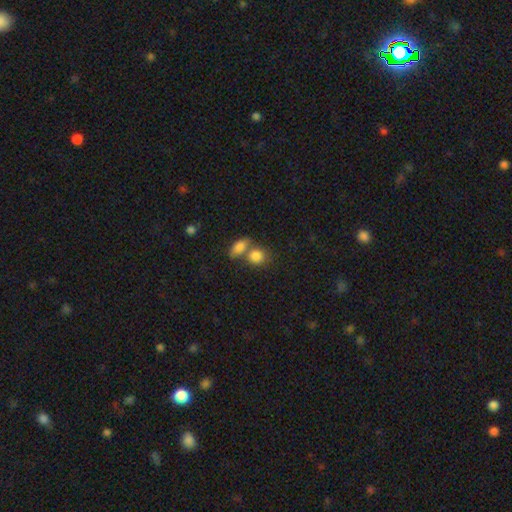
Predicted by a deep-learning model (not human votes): Morphology: type=smooth (84%); roundness=round (59%); merging=merger (49%).